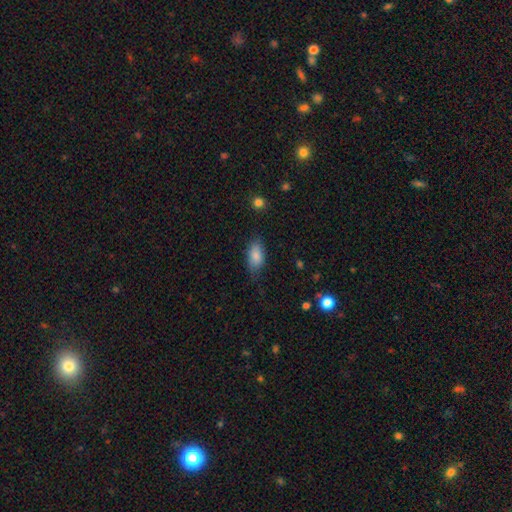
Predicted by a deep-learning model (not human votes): smooth-or-featured: smooth: 84% | featured or disk: 9% | star or artifact: 7%
  how-rounded: in between: 90% | cigar-shaped: 6% | round: 3%
  merging: none: 71% | minor disturbance: 23% | major disturbance: 5% | merger: 1%